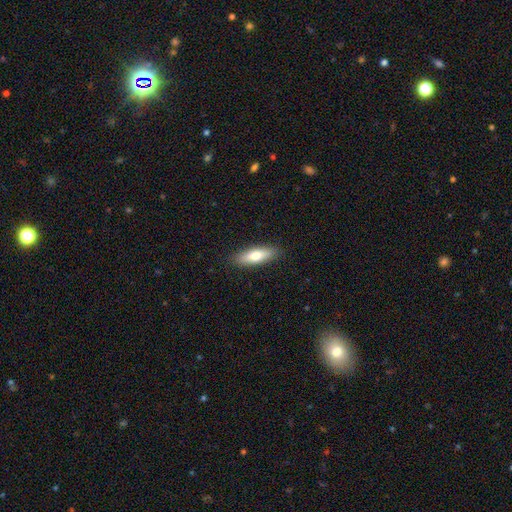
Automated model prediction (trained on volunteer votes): The model was most divided on "how rounded" (2-way tie): in between: 49%, cigar-shaped: 49%, round: 2%. More confident: merging — none (89%); smooth or featured — smooth (72%).